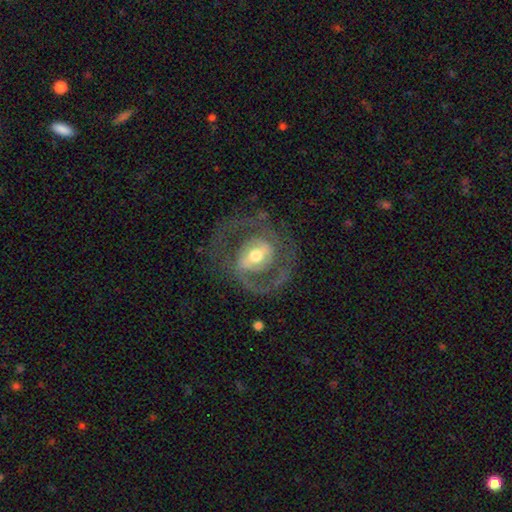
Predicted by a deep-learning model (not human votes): Morphology: type=featured or disk (84%); edge-on=no (96%); bar=weak (39%, tied with strong); spiral arms=yes (78%); winding=medium (50%); arm count=2 (81%); bulge=moderate (69%); merging=none (70%).